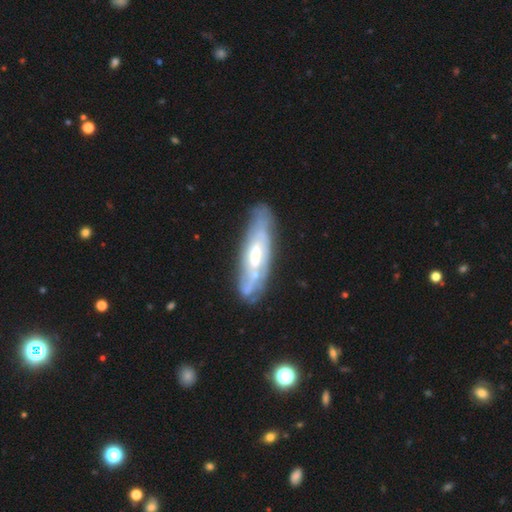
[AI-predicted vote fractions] A featured or disk galaxy (65%). Merging: none (64%).